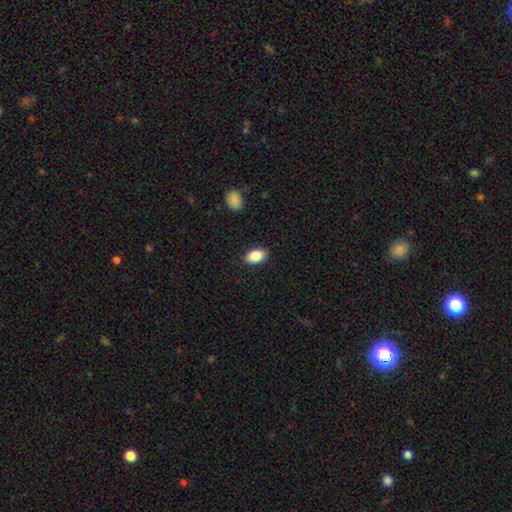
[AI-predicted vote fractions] Q: Smooth or featured?
A: smooth (86%); runner-up: star or artifact (7%)
Q: How rounded?
A: in between (92%); runner-up: round (6%)
Q: Merging?
A: none (88%); runner-up: minor disturbance (9%)